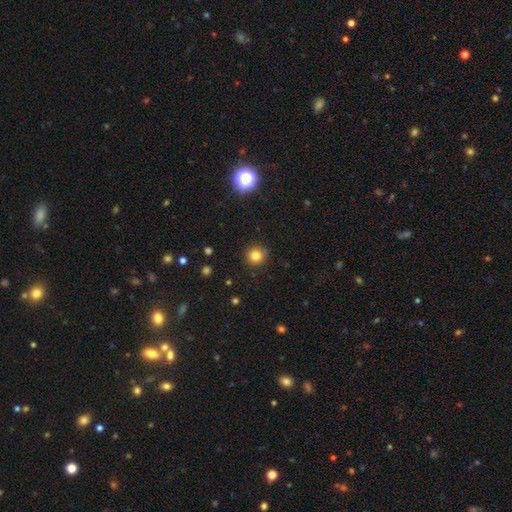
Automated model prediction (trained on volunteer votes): Q: Smooth or featured?
A: smooth (81%); runner-up: star or artifact (14%)
Q: How rounded?
A: round (92%); runner-up: in between (7%)
Q: Merging?
A: none (91%); runner-up: minor disturbance (6%)